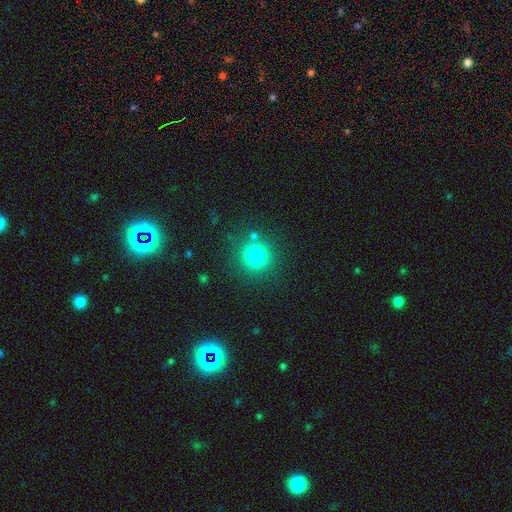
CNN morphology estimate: The model was most divided on "smooth or featured": smooth: 79%, star or artifact: 14%, featured or disk: 7%. More confident: how rounded — round (93%); merging — none (82%).